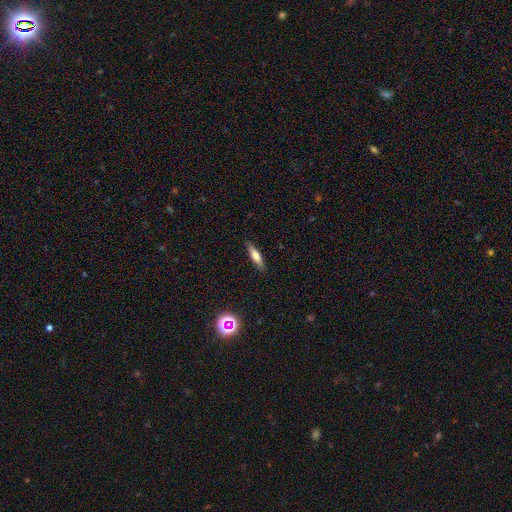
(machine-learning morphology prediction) Smooth or featured? Predicted: smooth (p=0.61). How rounded? Predicted: cigar-shaped (p=0.72). Merging? Predicted: none (p=0.88).